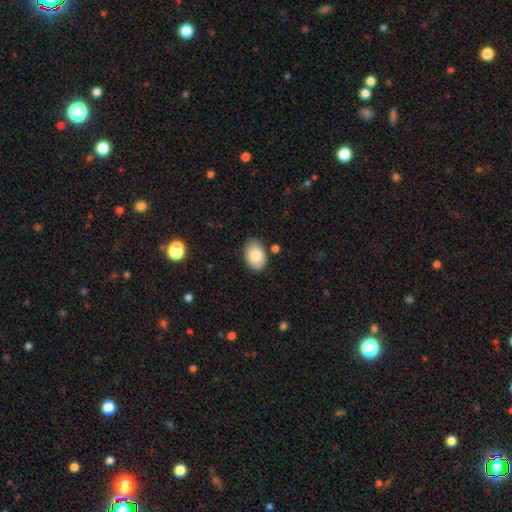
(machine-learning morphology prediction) A smooth galaxy with no disk features (83%) that is in between round and cigar-shaped (86%). Merging: none (83%).